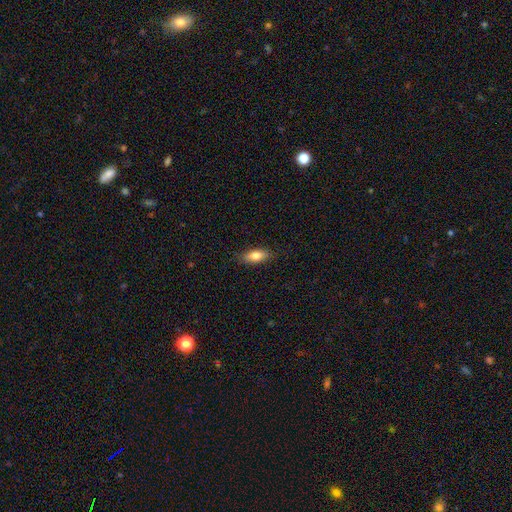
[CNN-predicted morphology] A smooth galaxy with no disk features (78%) that is in between round and cigar-shaped (78%).

Vote fractions:
- Smooth or featured? smooth: 78% / featured or disk: 15% / star or artifact: 7%
- How rounded? in between: 78% / cigar-shaped: 19% / round: 3%
- Merging? none: 86% / minor disturbance: 11% / major disturbance: 2% / merger: 1%